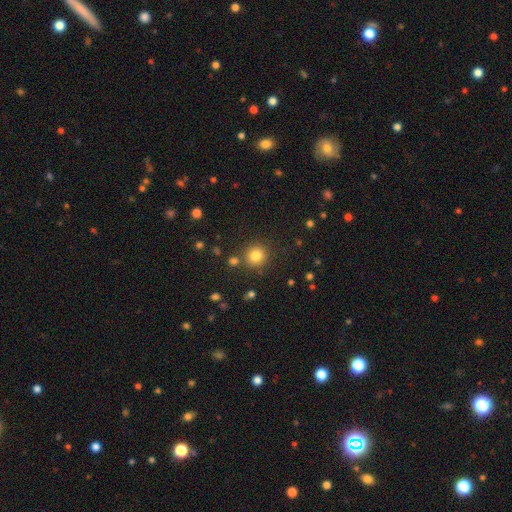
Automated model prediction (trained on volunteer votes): This is clearly a smooth galaxy (81%). How rounded: clearly round (91%). Merging: clearly none (83%).